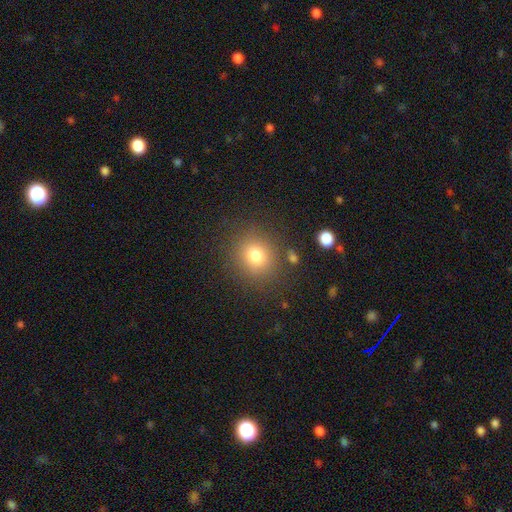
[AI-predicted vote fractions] Morphology: type=smooth (78%); roundness=round (84%); merging=none (83%).